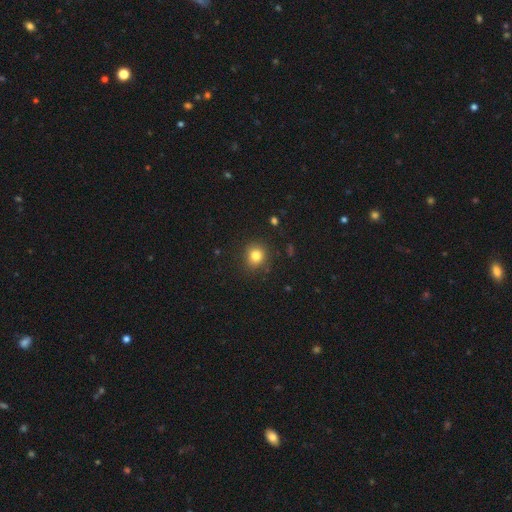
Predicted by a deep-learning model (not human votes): A smooth galaxy with no disk features (82%) that is round (84%). Merging: none (85%).